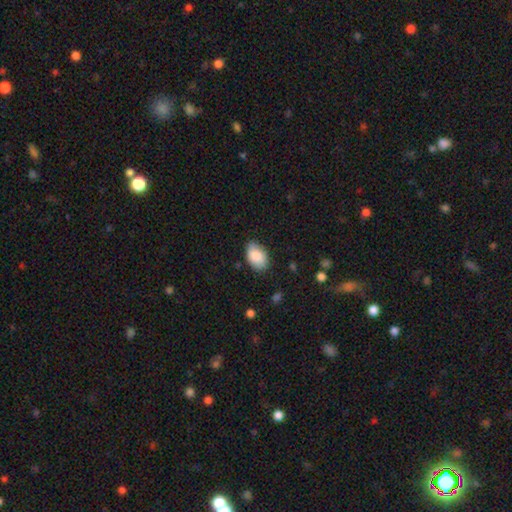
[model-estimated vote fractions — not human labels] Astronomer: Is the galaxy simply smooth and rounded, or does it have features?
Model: smooth — 86%.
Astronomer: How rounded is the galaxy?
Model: in between — 90%.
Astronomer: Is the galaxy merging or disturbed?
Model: none — 77%.